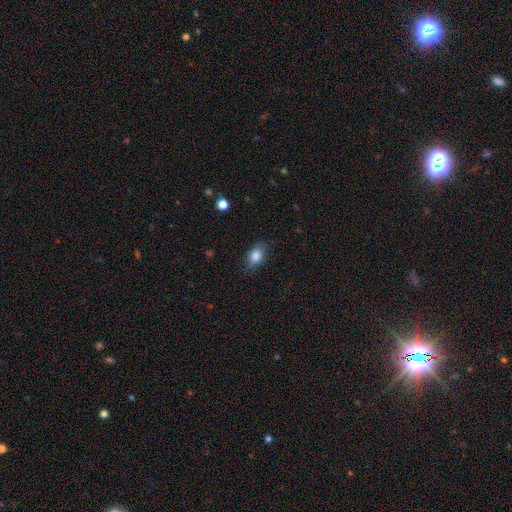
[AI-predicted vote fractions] Smooth or featured: smooth — 83% (featured or disk — 9%)
How rounded: in between — 80% (round — 17%)
Merging: none — 77% (minor disturbance — 18%)